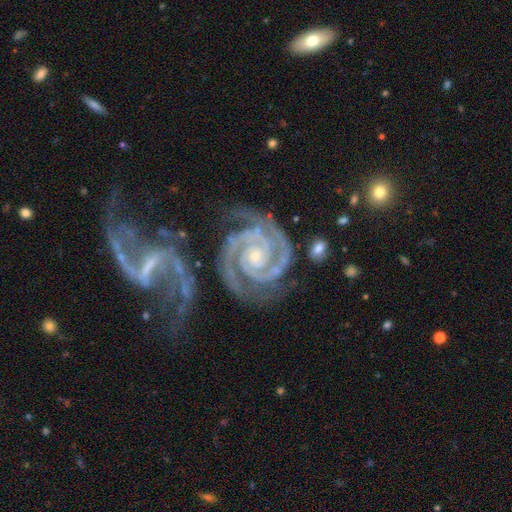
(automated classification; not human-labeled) Smooth or featured?
  - featured or disk: 94% *
  - star or artifact: 4%
  - smooth: 2%
Edge-on disk?
  - no: 98% *
  - yes: 2%
Bar?
  - no: 65% *
  - weak: 20%
  - strong: 15%
Spiral arms?
  - yes: 99% *
  - no: 1%
Spiral winding?
  - tight: 79% *
  - medium: 19%
  - loose: 2%
Spiral arm count?
  - 2: 76% *
  - 3: 13%
  - can't tell: 3%
  - 4: 3%
  - 1: 2%
  - more than 4: 2%
Bulge size?
  - small: 74% *
  - moderate: 21%
  - none: 2%
  - large: 1%
  - dominant: 1%
Merging?
  - none: 59% *
  - minor disturbance: 19%
  - merger: 12%
  - major disturbance: 10%